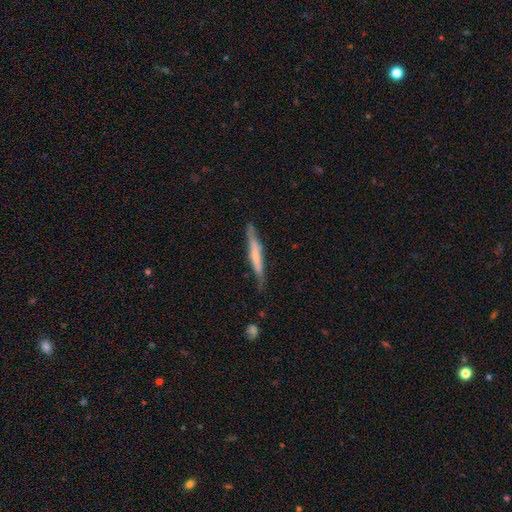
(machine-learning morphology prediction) smooth_or_featured: smooth (p=0.47) [tied with: featured or disk p=0.47]
merging: none (p=0.76) [alt: minor disturbance p=0.18]